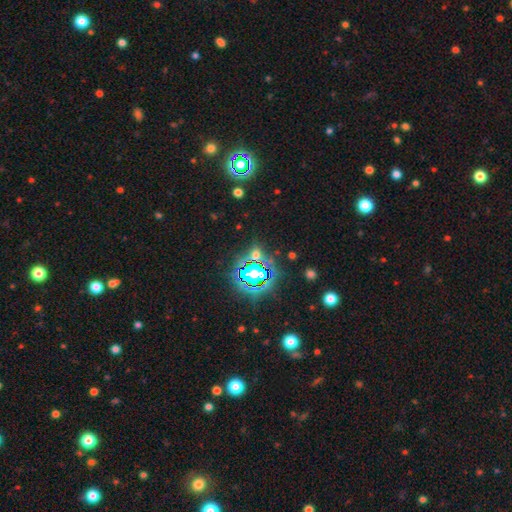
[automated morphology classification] Smooth or featured: star or artifact — 65% (smooth — 24%)